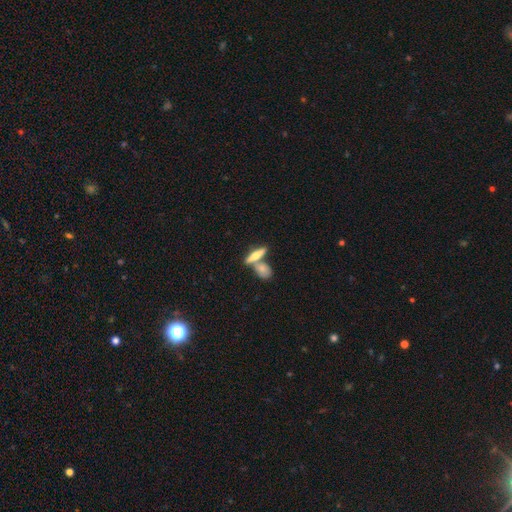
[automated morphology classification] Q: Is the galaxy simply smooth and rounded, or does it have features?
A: smooth — 52%.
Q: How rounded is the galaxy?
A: cigar-shaped — 58%.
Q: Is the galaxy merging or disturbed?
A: none — 53%.